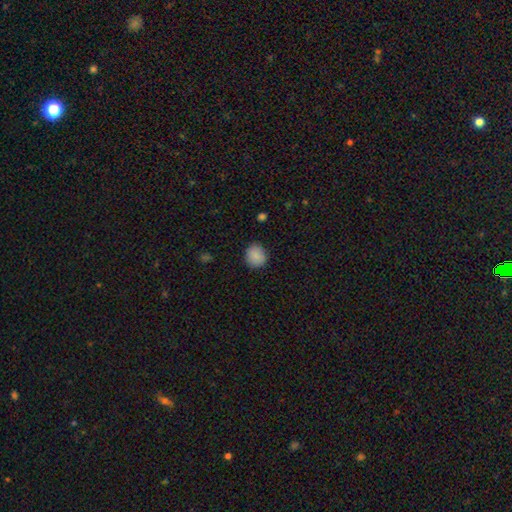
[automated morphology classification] Smooth or featured?
  - smooth: 87% *
  - star or artifact: 8%
  - featured or disk: 5%
How rounded?
  - round: 85% *
  - in between: 15%
  - cigar-shaped: 1%
Merging?
  - none: 87% *
  - minor disturbance: 10%
  - major disturbance: 2%
  - merger: 1%